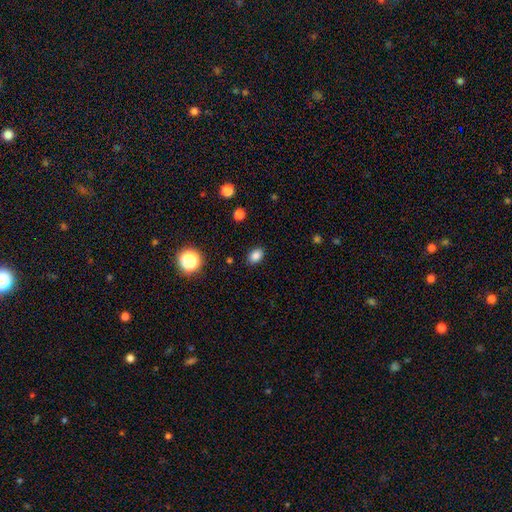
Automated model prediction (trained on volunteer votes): smooth 84%, star or artifact 12%, featured or disk 4%. Down the decision tree: how rounded — in between (75%); merging — none (87%).